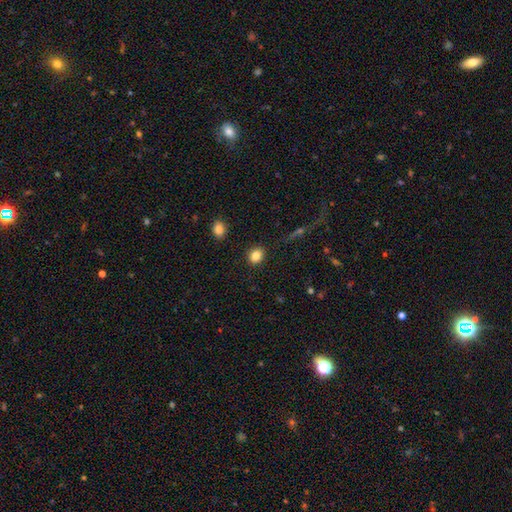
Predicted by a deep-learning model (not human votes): Morphology: type=smooth (85%); roundness=round (55%); merging=none (89%).